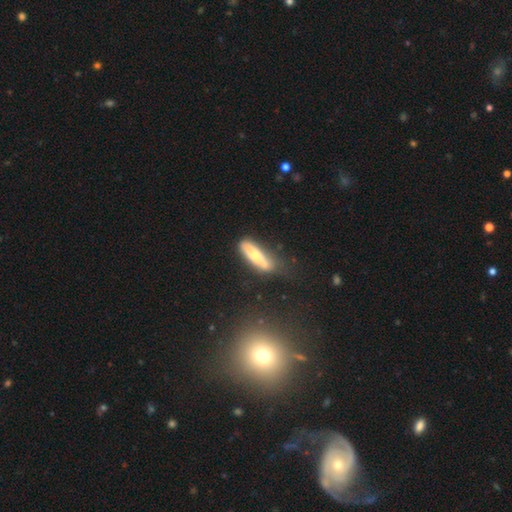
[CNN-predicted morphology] smooth_or_featured: smooth (p=0.67) [alt: featured or disk p=0.27]
how_rounded: cigar-shaped (p=0.65) [alt: in between p=0.33]
merging: none (p=0.60) [alt: minor disturbance p=0.26]